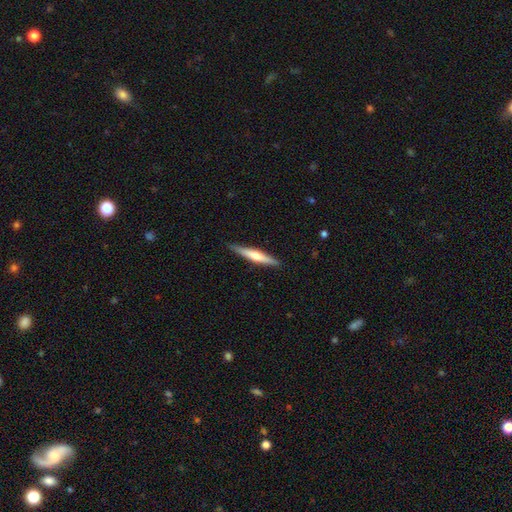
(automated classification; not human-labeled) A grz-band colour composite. It shows a featured or disk galaxy (49%). Merging: none (88%).